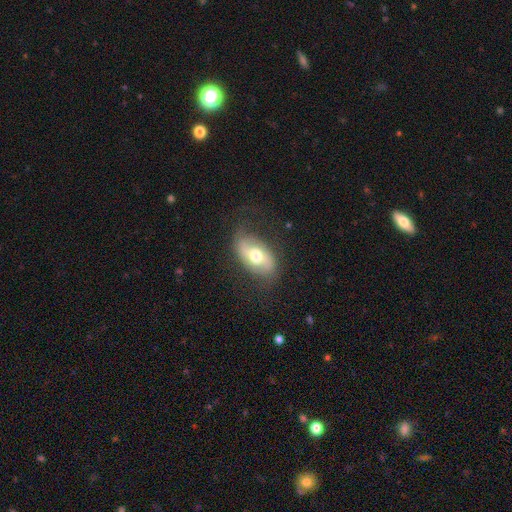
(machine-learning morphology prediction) This appears to be a featured or disk galaxy (59%) with no bar (44%), spiral arms (78%) and a moderate central bulge (72%). Merging: none (73%).